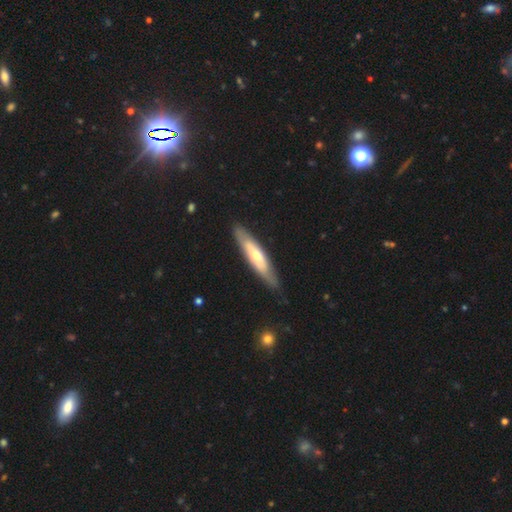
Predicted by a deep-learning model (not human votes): This appears to be a featured or disk galaxy (48%). Merging: none (82%).